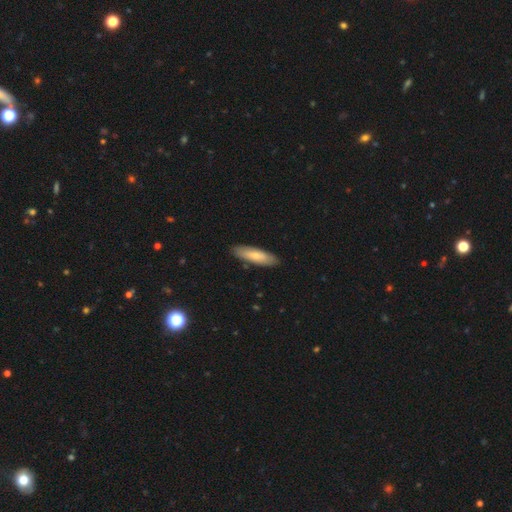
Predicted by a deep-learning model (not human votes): This appears to be a smooth galaxy with no disk features (73%) that is cigar-shaped (56%). Merging: none (87%).